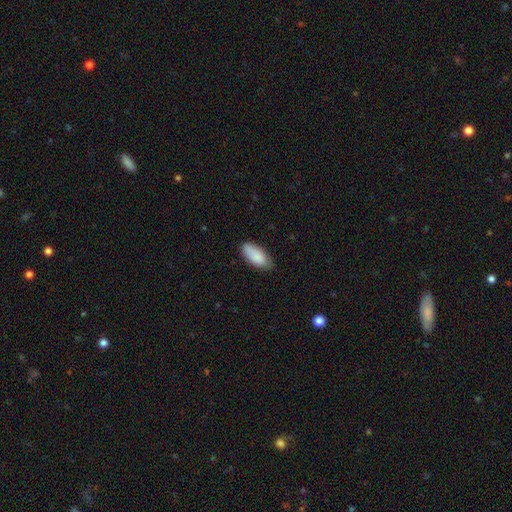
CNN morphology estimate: This is clearly a smooth galaxy (87%). How rounded: clearly in between (88%). Merging: likely none (76%).